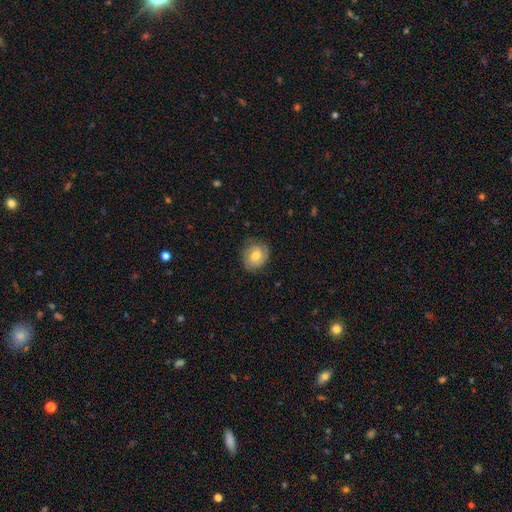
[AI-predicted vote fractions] Smooth or featured: featured or disk — 56% (smooth — 37%)
Edge-on disk: no — 97% (yes — 3%)
Bar: no — 59% (weak — 34%)
Spiral arms: yes — 87% (no — 13%)
Bulge size: moderate — 68% (small — 24%)
Merging: none — 78% (minor disturbance — 16%)